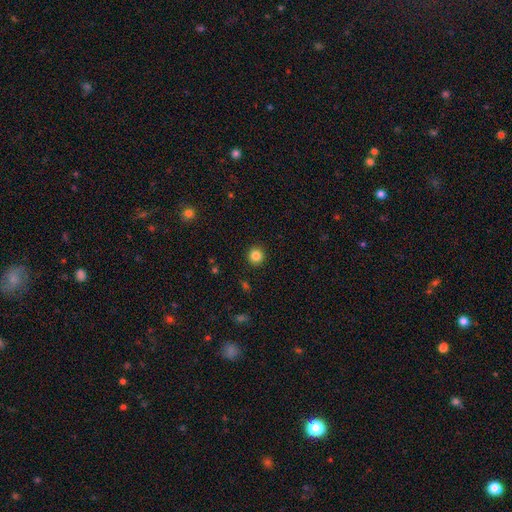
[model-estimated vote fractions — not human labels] A smooth galaxy with no disk features (85%) that is round (94%).

Vote fractions:
- Smooth or featured? smooth: 85% / star or artifact: 11% / featured or disk: 4%
- How rounded? round: 94% / in between: 5% / cigar-shaped: 1%
- Merging? none: 92% / minor disturbance: 5% / major disturbance: 2% / merger: 1%